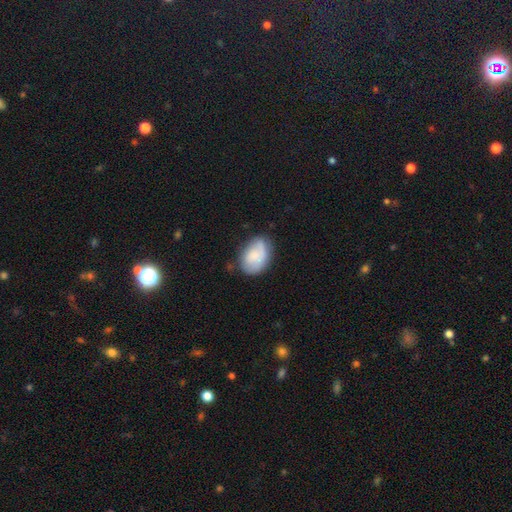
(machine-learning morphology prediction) smooth-or-featured: smooth: 68% | featured or disk: 25% | star or artifact: 7%
  how-rounded: in between: 82% | round: 17% | cigar-shaped: 1%
  merging: none: 56% | minor disturbance: 30% | major disturbance: 10% | merger: 5%